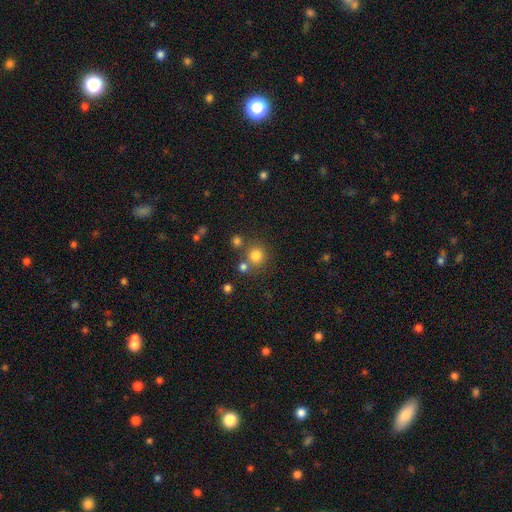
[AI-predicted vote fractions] Smooth or featured: smooth — 79% (star or artifact — 14%)
How rounded: round — 90% (in between — 9%)
Merging: none — 71% (merger — 17%)